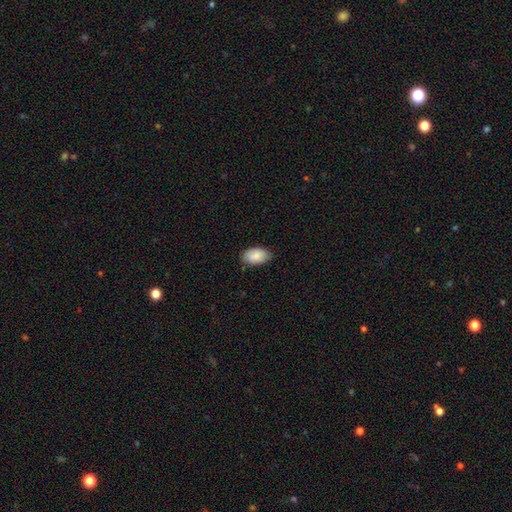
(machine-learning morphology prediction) A smooth galaxy with no disk features (86%) that is in between round and cigar-shaped (94%). Merging: none (80%).